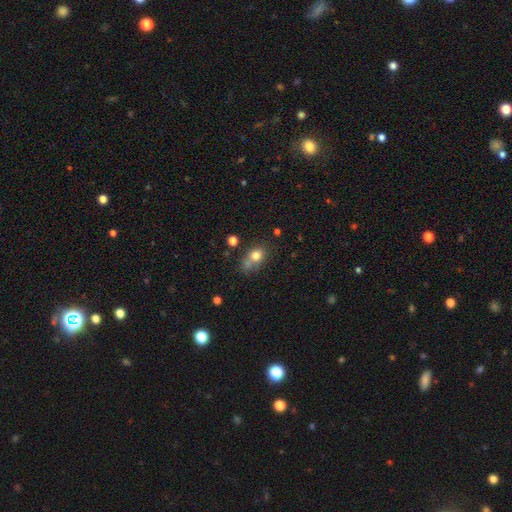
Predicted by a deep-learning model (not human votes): smooth 76%, star or artifact 12%, featured or disk 11%. Down the decision tree: how rounded — round (53%); merging — none (46%).